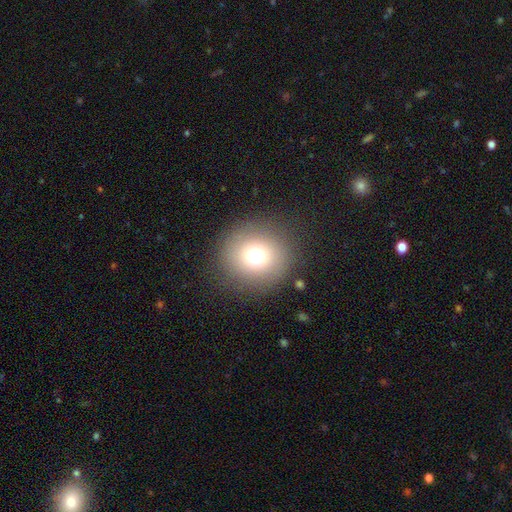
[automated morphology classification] smooth-or-featured: smooth: 71% | star or artifact: 18% | featured or disk: 11%
  how-rounded: round: 93% | in between: 6% | cigar-shaped: 1%
  merging: none: 88% | minor disturbance: 7% | major disturbance: 4% | merger: 2%